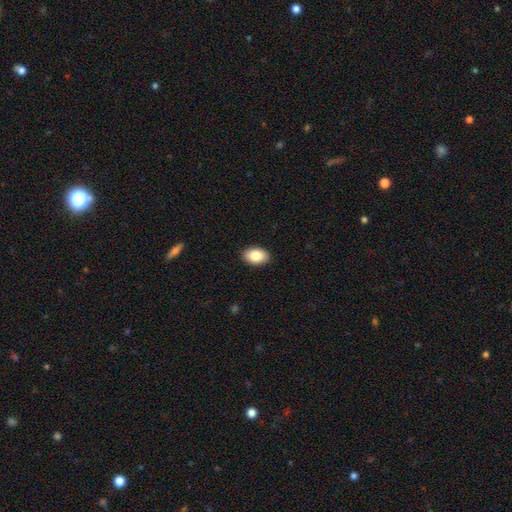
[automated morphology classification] This is clearly a smooth galaxy (86%). How rounded: clearly in between (89%). Merging: clearly none (91%).